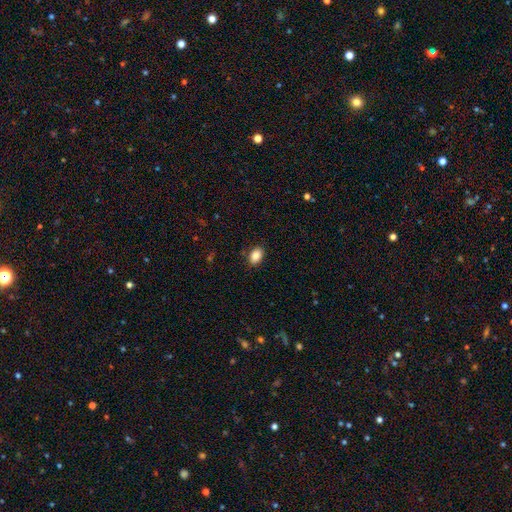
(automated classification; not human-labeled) Smooth or featured? Predicted: smooth (p=0.87). How rounded? Predicted: in between (p=0.82). Merging? Predicted: none (p=0.86).